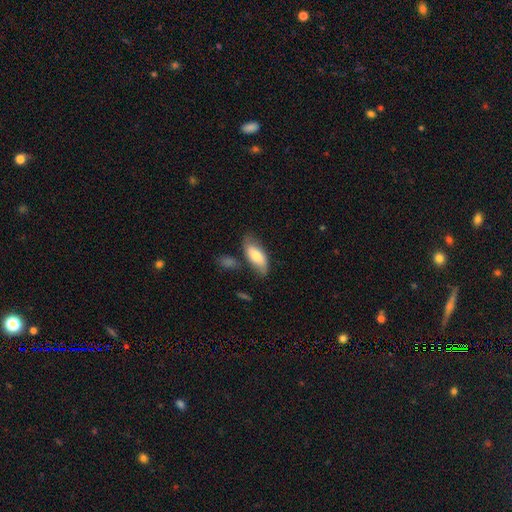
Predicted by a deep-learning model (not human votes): The model was most divided on "smooth or featured": smooth: 67%, featured or disk: 27%, star or artifact: 6%. More confident: how rounded — in between (86%); merging — none (65%).